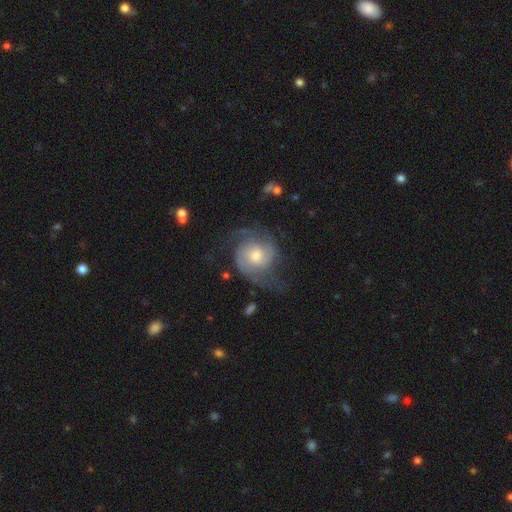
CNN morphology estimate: featured or disk 86%, smooth 9%, star or artifact 5%. Down the decision tree: edge-on disk — no (98%); bar — no (68%); spiral arms — yes (97%); spiral arm count — 2 (70%); spiral winding — medium (45%); bulge size — moderate (52%); merging — none (66%).